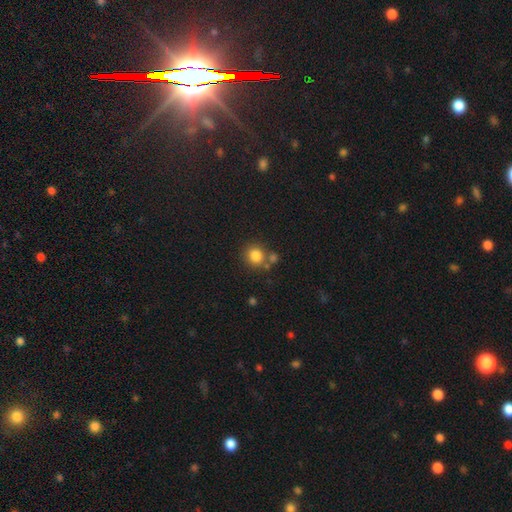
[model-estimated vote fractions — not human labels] Q: Smooth or featured?
A: smooth (83%); runner-up: star or artifact (11%)
Q: How rounded?
A: round (87%); runner-up: in between (12%)
Q: Merging?
A: none (68%); runner-up: merger (19%)